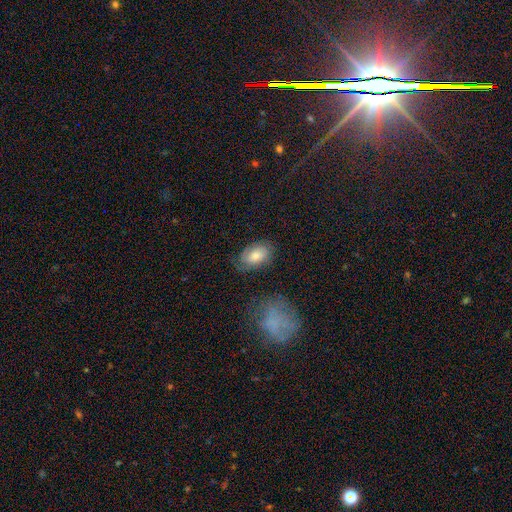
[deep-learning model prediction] smooth_or_featured: smooth (p=0.58) [alt: featured or disk p=0.33]
how_rounded: in between (p=0.90) [alt: round p=0.09]
merging: none (p=0.69) [alt: minor disturbance p=0.21]